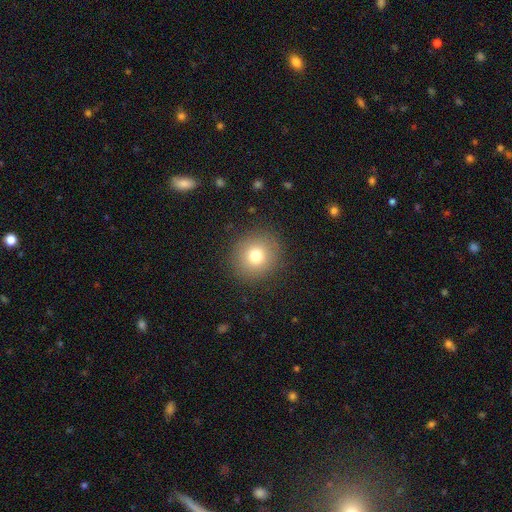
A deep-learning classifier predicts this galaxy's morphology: type=smooth (77%); roundness=round (91%); merging=none (90%).